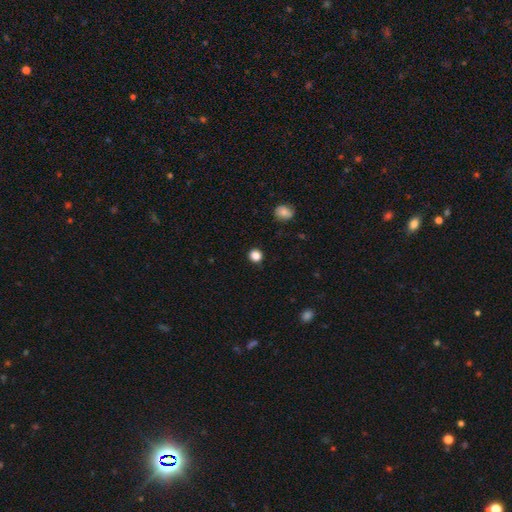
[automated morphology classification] Smooth or featured? Predicted: smooth (p=0.85). How rounded? Predicted: round (p=0.91). Merging? Predicted: none (p=0.91).